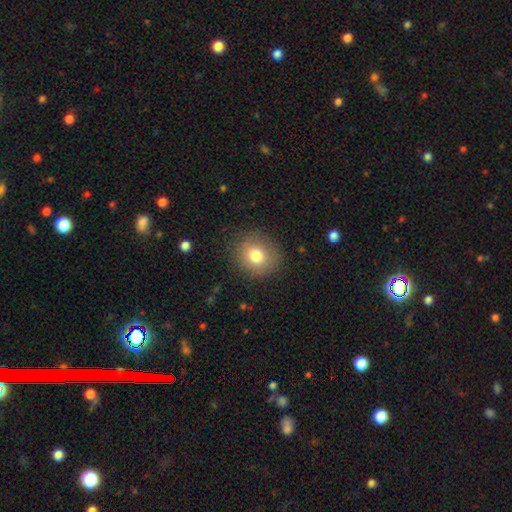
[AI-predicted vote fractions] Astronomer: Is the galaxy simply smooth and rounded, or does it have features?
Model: smooth — 79%.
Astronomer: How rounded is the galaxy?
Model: round — 86%.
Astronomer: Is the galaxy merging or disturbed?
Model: none — 86%.